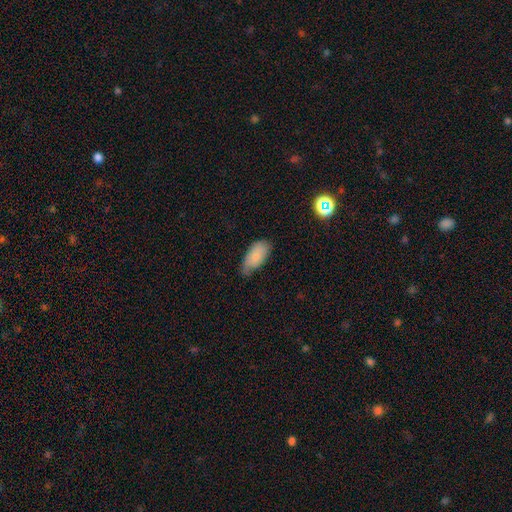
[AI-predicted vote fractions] Morphology: type=smooth (80%); roundness=in between (93%); merging=none (52%).